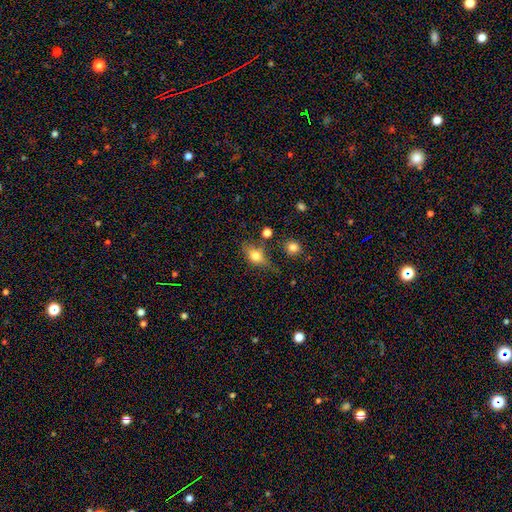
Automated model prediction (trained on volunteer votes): Smooth or featured? Predicted: smooth (p=0.71). How rounded? Predicted: in between (p=0.67). Merging? Predicted: none (p=0.50).